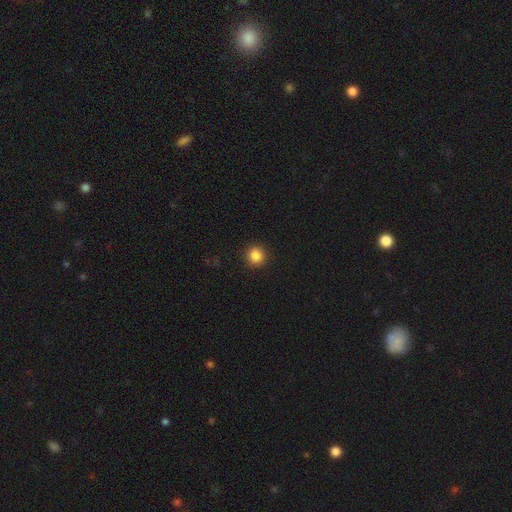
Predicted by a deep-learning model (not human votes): Smooth or featured? Predicted: smooth (p=0.86). How rounded? Predicted: round (p=0.92). Merging? Predicted: none (p=0.92).